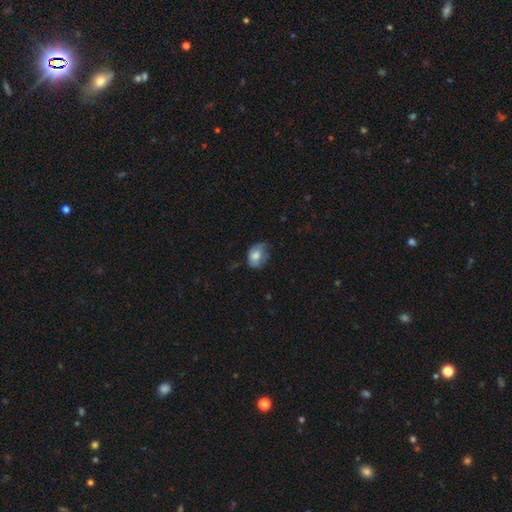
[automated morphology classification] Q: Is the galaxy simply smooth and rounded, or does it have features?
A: smooth — 71%.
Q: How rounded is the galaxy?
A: in between — 59%.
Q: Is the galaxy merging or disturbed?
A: none — 48%.